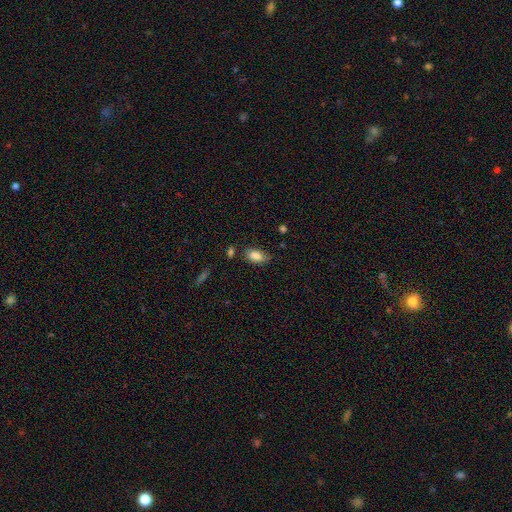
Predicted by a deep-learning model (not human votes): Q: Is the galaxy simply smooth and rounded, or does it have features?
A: smooth — 84%.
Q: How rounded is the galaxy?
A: in between — 91%.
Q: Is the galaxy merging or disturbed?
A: none — 68%.